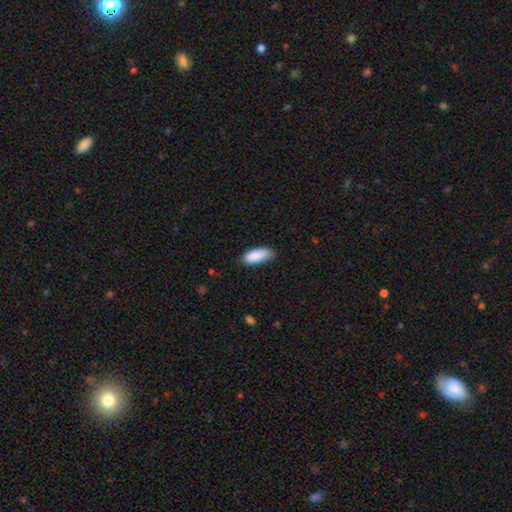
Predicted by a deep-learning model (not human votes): This appears to be a smooth galaxy with no disk features (88%) that is in between round and cigar-shaped (80%). Merging: none (71%).